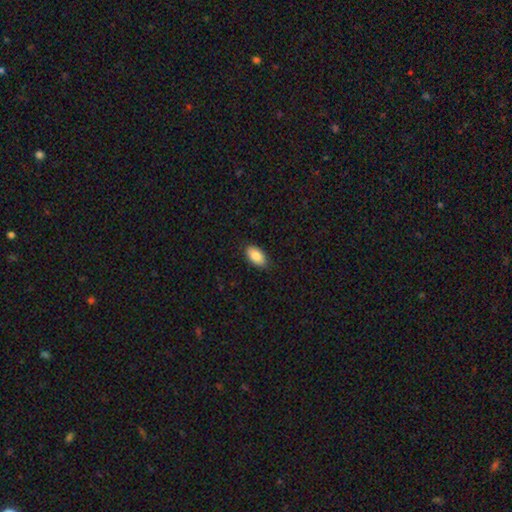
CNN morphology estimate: This is clearly a smooth galaxy (87%). How rounded: clearly in between (94%). Merging: clearly none (86%).